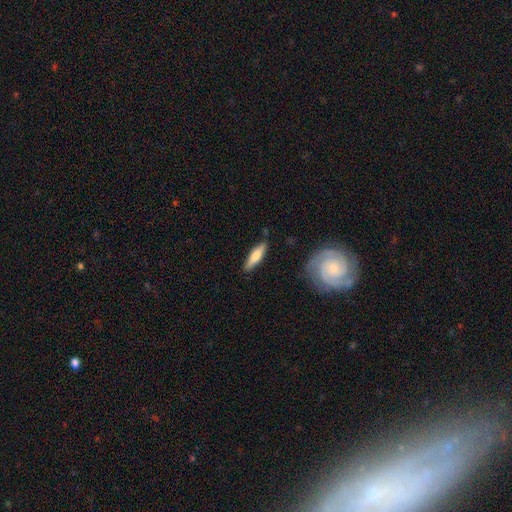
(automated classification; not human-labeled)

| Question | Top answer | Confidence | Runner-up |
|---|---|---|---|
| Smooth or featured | smooth | 68% | featured or disk (26%) |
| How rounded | cigar-shaped | 68% | in between (31%) |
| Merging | none | 86% | minor disturbance (10%) |